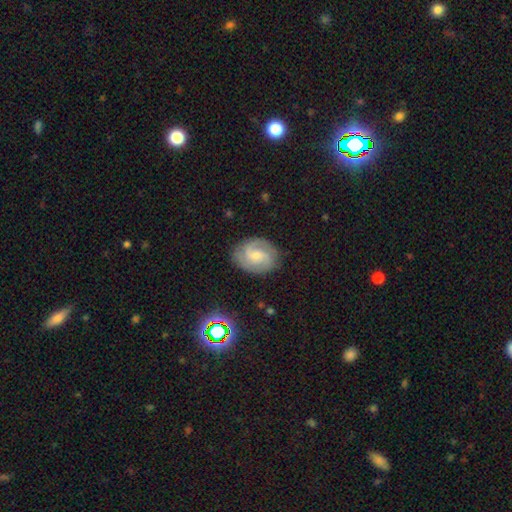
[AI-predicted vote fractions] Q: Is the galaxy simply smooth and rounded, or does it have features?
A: featured or disk — 75%.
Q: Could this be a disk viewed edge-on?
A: no — 98%.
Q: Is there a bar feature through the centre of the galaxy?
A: no — 49%.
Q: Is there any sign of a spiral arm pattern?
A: yes — 96%.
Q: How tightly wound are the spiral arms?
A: medium — 49%.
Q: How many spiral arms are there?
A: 2 — 57%.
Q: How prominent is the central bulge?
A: small — 61%.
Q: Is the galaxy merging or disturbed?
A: none — 80%.